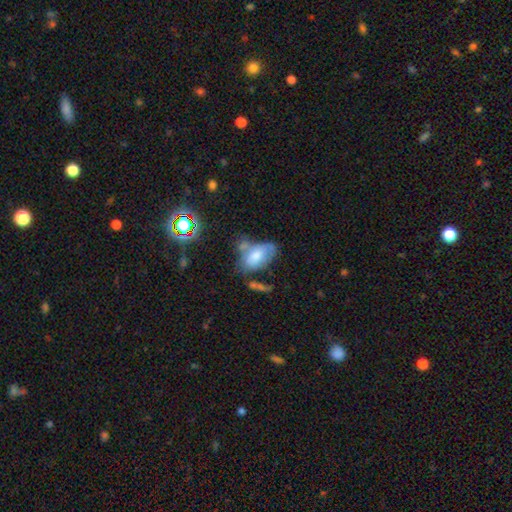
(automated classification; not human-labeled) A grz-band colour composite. It shows a smooth galaxy with no disk features (67%) that is in between round and cigar-shaped (92%). Merging: none (31%).